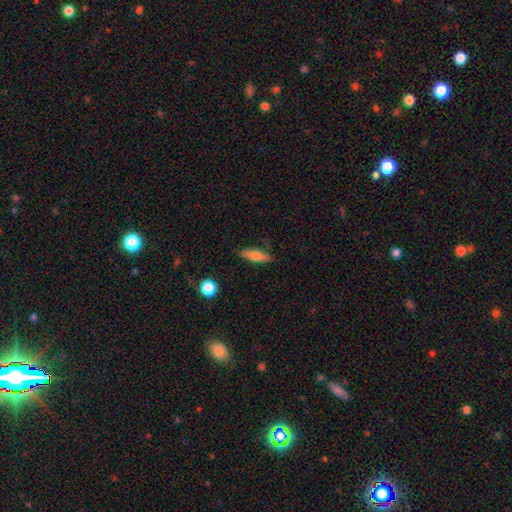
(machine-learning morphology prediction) A smooth galaxy with no disk features (63%) that is cigar-shaped (60%). Merging: none (84%).